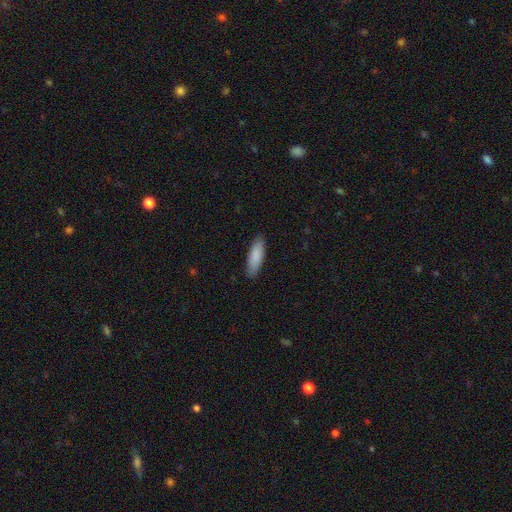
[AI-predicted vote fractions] Smooth or featured?
  - smooth: 88% *
  - featured or disk: 7%
  - star or artifact: 5%
How rounded?
  - in between: 55% *
  - cigar-shaped: 43%
  - round: 1%
Merging?
  - none: 88% *
  - minor disturbance: 9%
  - major disturbance: 2%
  - merger: 1%